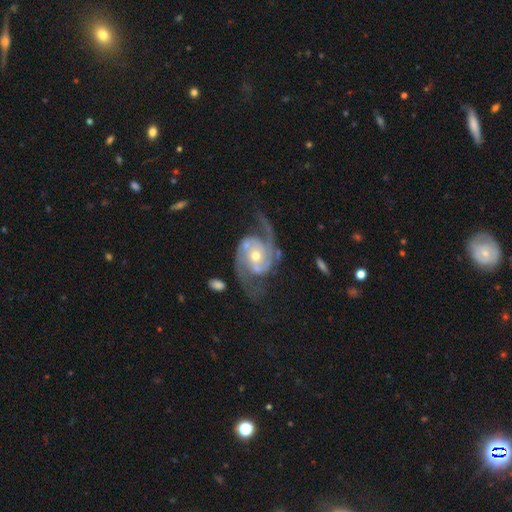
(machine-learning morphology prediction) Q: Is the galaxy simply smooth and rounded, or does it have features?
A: featured or disk — 92%.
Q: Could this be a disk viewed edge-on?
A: no — 97%.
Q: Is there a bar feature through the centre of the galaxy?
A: no — 62%.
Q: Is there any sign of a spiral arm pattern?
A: yes — 98%.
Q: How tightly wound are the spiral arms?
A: medium — 54%.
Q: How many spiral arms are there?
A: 2 — 92%.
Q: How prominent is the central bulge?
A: moderate — 54%.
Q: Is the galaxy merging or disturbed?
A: none — 66%.